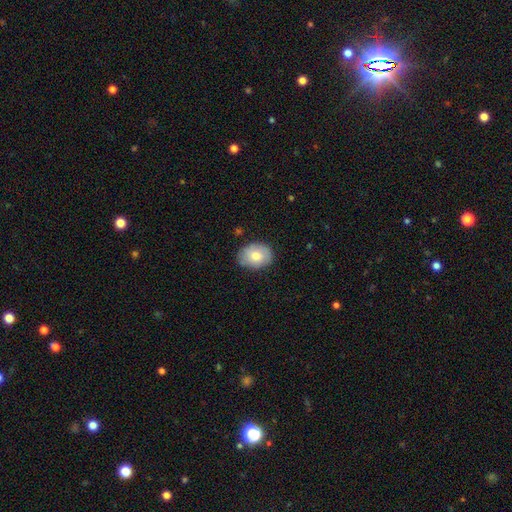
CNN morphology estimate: Smooth or featured?
  - smooth: 74% *
  - featured or disk: 19%
  - star or artifact: 7%
How rounded?
  - in between: 59% *
  - round: 40%
  - cigar-shaped: 1%
Merging?
  - none: 77% *
  - minor disturbance: 18%
  - major disturbance: 3%
  - merger: 2%